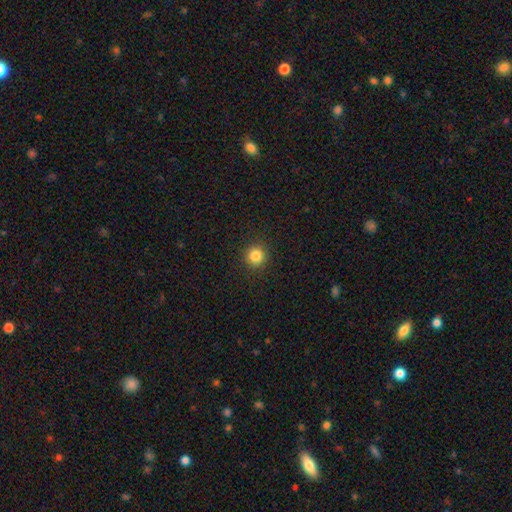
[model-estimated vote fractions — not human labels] smooth-or-featured: smooth: 84% | star or artifact: 12% | featured or disk: 4%
  how-rounded: round: 94% | in between: 5% | cigar-shaped: 1%
  merging: none: 92% | minor disturbance: 5% | major disturbance: 2% | merger: 1%